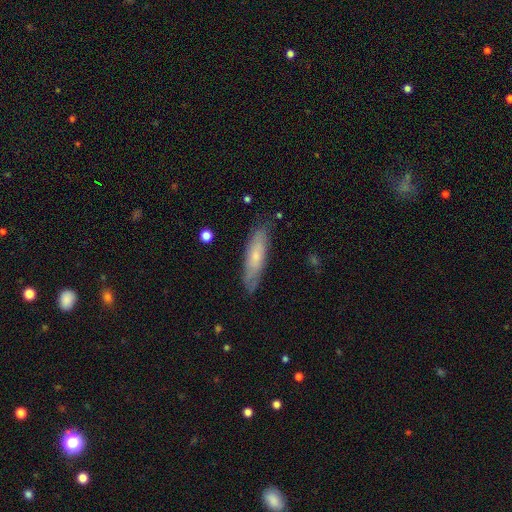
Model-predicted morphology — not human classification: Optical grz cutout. It shows a smooth galaxy with no disk features (56%) that is cigar-shaped (67%). Merging: none (79%).